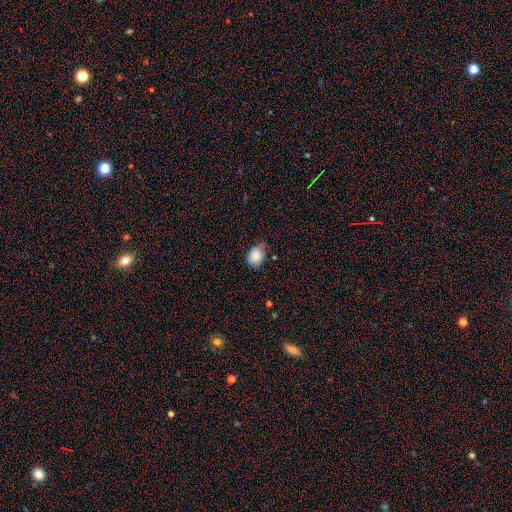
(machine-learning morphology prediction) Q: Smooth or featured?
A: smooth (83%); runner-up: featured or disk (9%)
Q: How rounded?
A: in between (63%); runner-up: round (36%)
Q: Merging?
A: none (57%); runner-up: minor disturbance (35%)